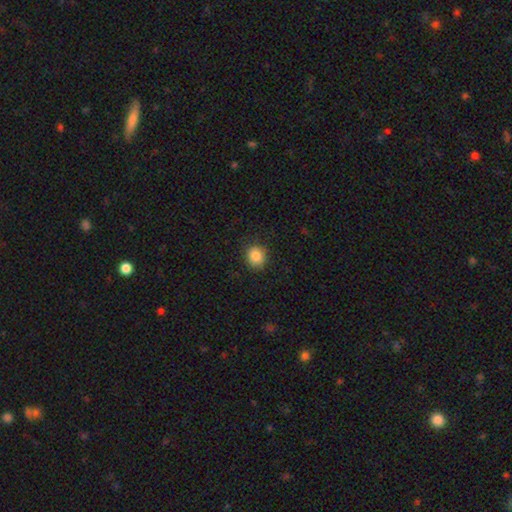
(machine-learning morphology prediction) This is clearly a smooth galaxy (86%). How rounded: clearly round (84%). Merging: clearly none (88%).